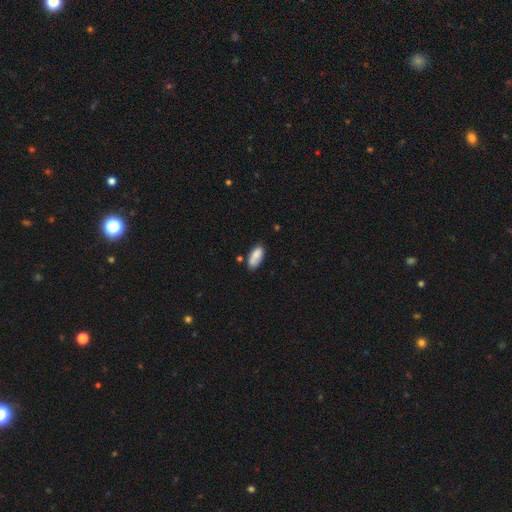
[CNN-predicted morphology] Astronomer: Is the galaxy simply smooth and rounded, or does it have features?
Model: smooth — 81%.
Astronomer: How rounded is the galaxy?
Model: in between — 86%.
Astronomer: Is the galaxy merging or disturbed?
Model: none — 62%.